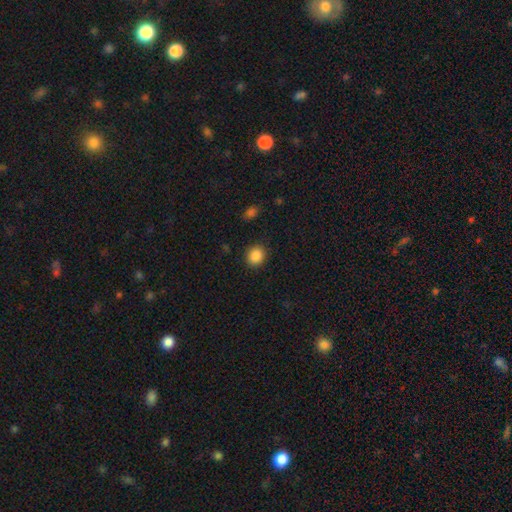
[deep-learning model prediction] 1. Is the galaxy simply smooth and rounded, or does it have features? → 87% smooth, 9% star or artifact, 3% featured or disk.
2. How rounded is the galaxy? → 74% round, 25% in between, 1% cigar-shaped.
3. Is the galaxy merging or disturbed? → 89% none, 7% minor disturbance, 3% major disturbance, 1% merger.